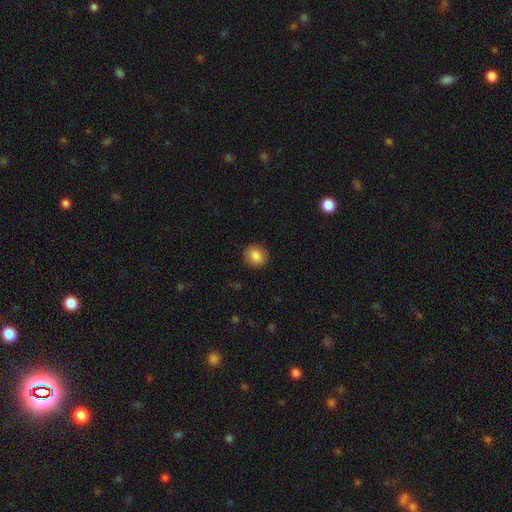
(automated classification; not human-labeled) The model was most divided on "how rounded": round: 77%, in between: 22%, cigar-shaped: 1%. More confident: merging — none (90%); smooth or featured — smooth (86%).